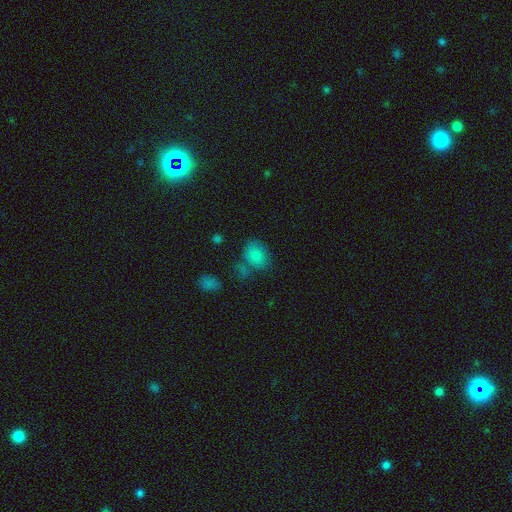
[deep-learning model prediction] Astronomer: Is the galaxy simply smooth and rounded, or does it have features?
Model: smooth — 82%.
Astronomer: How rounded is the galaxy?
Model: in between — 62% (runner-up: round, 37%).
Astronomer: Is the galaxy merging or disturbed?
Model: none — 54%.